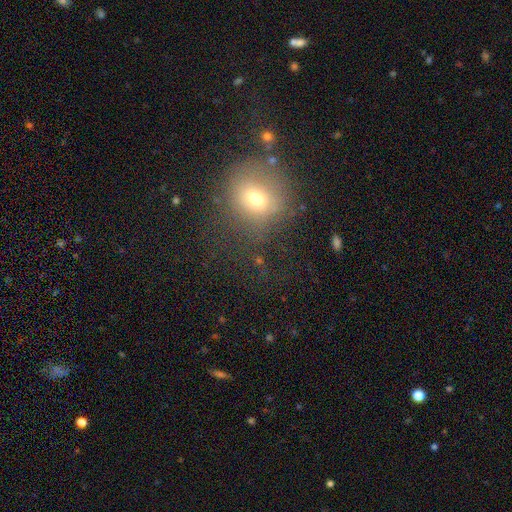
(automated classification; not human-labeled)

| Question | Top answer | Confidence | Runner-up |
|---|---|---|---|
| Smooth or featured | smooth | 56% | star or artifact (28%) |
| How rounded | round | 78% | in between (21%) |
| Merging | none | 67% | minor disturbance (17%) |